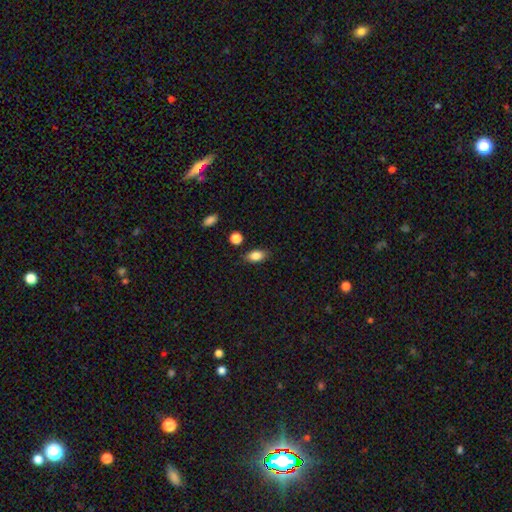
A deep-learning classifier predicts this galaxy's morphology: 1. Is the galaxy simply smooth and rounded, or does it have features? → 85% smooth, 9% star or artifact, 7% featured or disk.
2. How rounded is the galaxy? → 86% in between, 10% round, 3% cigar-shaped.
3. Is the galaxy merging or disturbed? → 81% none, 13% minor disturbance, 3% major disturbance, 3% merger.